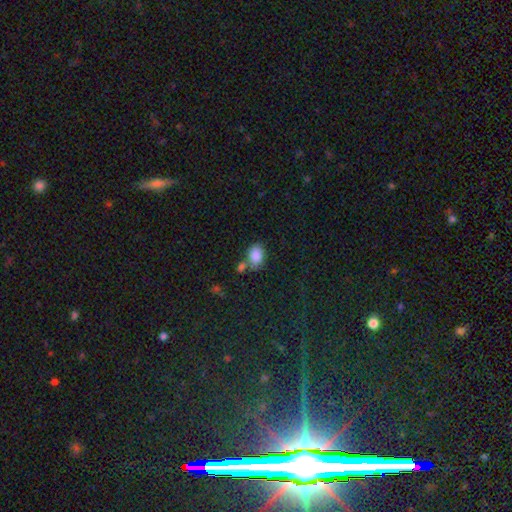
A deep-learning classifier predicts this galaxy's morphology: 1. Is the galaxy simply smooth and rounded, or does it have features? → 86% smooth, 9% star or artifact, 6% featured or disk.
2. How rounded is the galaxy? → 79% in between, 20% round, 1% cigar-shaped.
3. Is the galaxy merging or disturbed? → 53% none, 26% merger, 16% minor disturbance, 5% major disturbance.